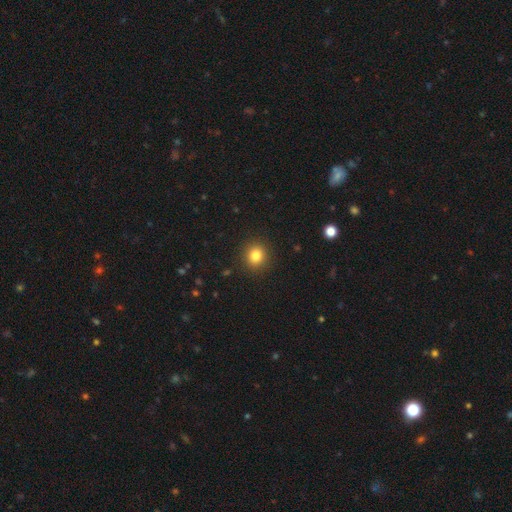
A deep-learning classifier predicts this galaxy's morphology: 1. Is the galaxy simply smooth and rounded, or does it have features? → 82% smooth, 12% star or artifact, 6% featured or disk.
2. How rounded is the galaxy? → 85% round, 14% in between, 1% cigar-shaped.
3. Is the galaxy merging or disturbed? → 91% none, 6% minor disturbance, 2% major disturbance, 1% merger.